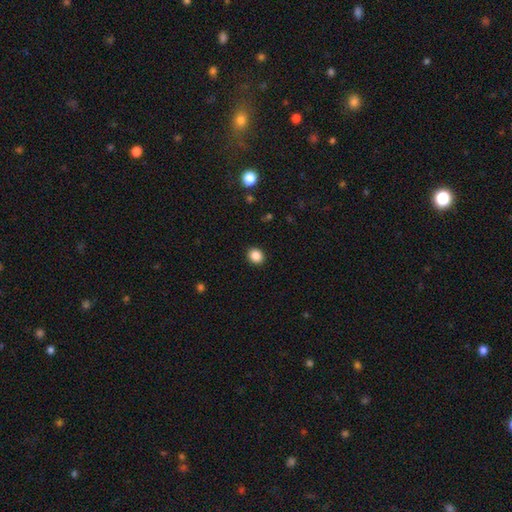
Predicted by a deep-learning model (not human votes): Smooth or featured?
  - smooth: 87% *
  - star or artifact: 10%
  - featured or disk: 3%
How rounded?
  - round: 69% *
  - in between: 30%
  - cigar-shaped: 1%
Merging?
  - none: 91% *
  - minor disturbance: 6%
  - major disturbance: 2%
  - merger: 1%